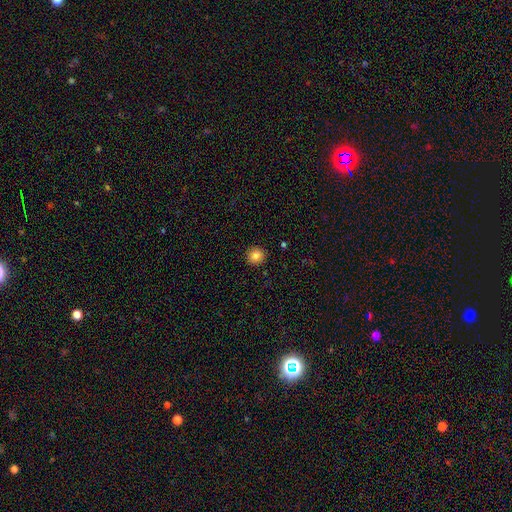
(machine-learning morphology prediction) type=smooth (83%); roundness=round (92%); merging=none (92%).